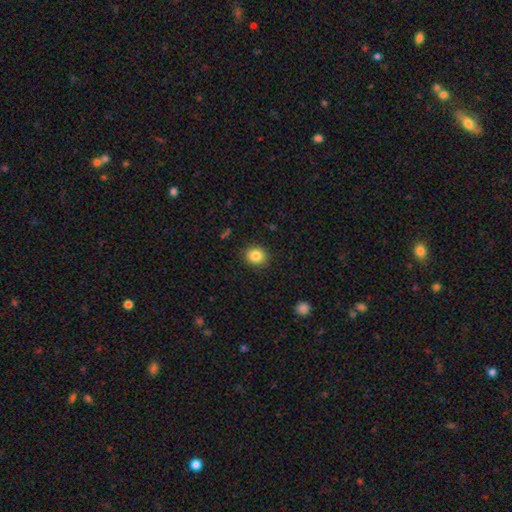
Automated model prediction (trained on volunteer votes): The model was most divided on "how rounded": round: 73%, in between: 26%, cigar-shaped: 1%. More confident: merging — none (89%); smooth or featured — smooth (85%).